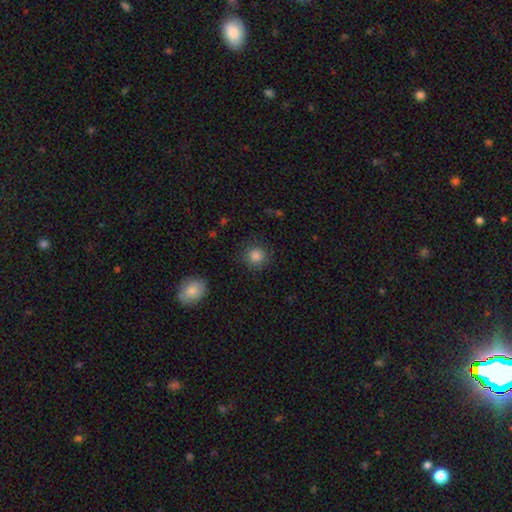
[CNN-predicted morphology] Q: Smooth or featured?
A: smooth (85%); runner-up: star or artifact (11%)
Q: How rounded?
A: round (92%); runner-up: in between (7%)
Q: Merging?
A: none (88%); runner-up: minor disturbance (8%)